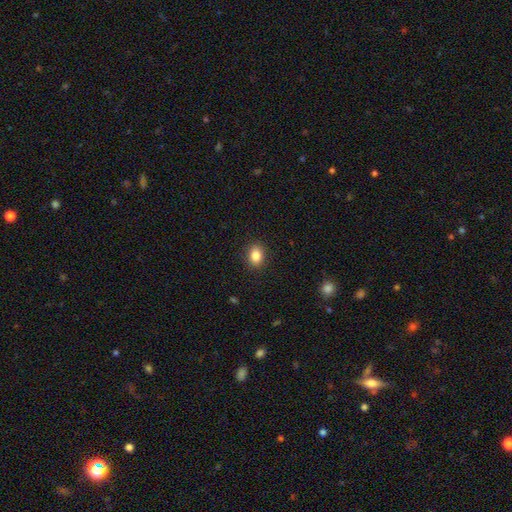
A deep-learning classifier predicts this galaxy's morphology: This appears to be a smooth galaxy with no disk features (84%) that is in between round and cigar-shaped (60%). Merging: none (90%).